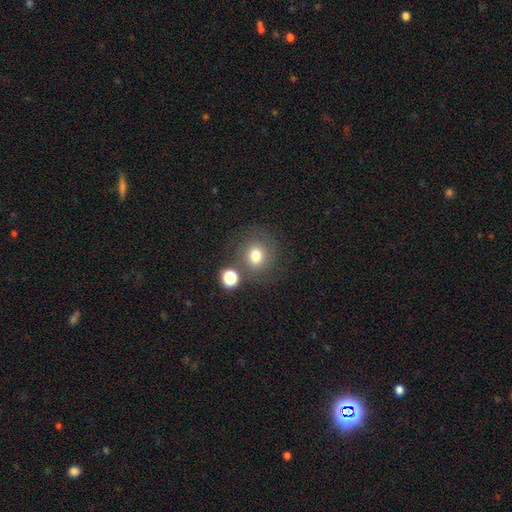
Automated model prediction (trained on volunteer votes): Morphology: type=smooth (74%); roundness=round (78%); merging=none (70%).